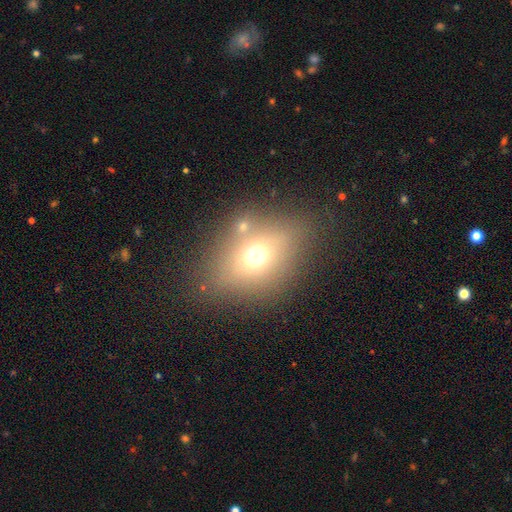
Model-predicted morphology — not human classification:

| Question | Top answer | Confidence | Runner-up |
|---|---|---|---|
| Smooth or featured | smooth | 64% | star or artifact (19%) |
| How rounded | in between | 57% | round (41%) |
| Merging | none | 75% | minor disturbance (12%) |